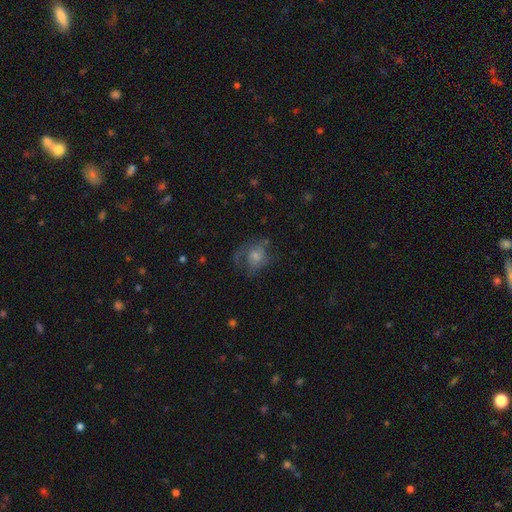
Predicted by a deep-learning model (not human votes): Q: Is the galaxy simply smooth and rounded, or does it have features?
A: featured or disk — 51%.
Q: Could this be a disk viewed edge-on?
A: no — 96%.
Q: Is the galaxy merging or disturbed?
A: none — 53%.